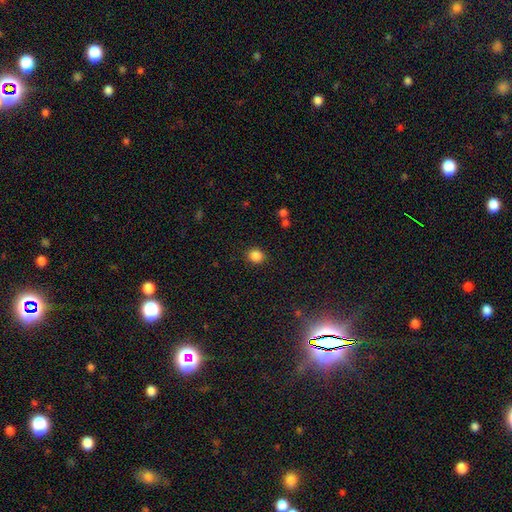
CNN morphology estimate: Smooth or featured? smooth (86%)
How rounded? round (78%)
Merging? none (89%)